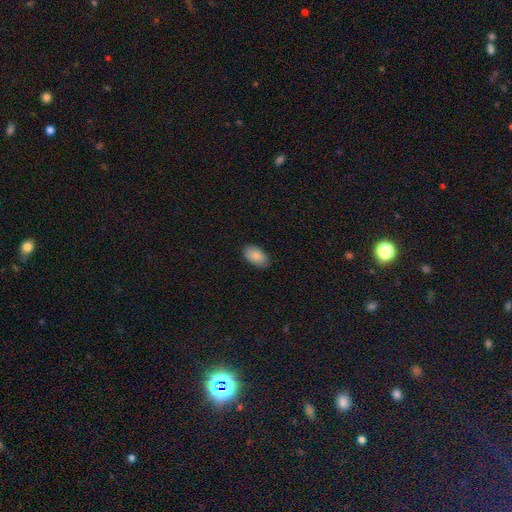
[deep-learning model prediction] The model was most divided on "merging": none: 86%, minor disturbance: 11%, major disturbance: 2%, merger: 1%. More confident: how rounded — in between (95%); smooth or featured — smooth (88%).